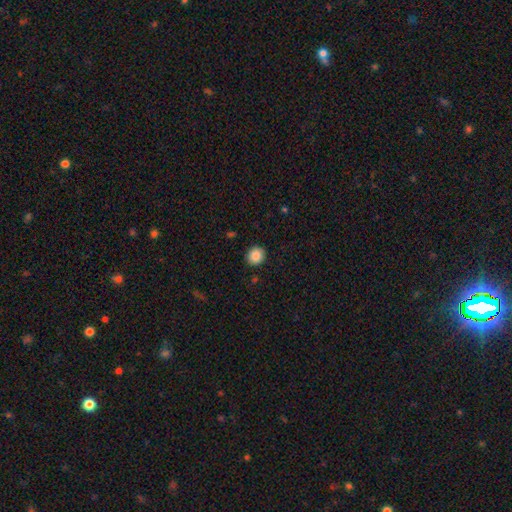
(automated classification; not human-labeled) A smooth galaxy with no disk features (86%) that is round (84%).

Vote fractions:
- Smooth or featured? smooth: 86% / star or artifact: 9% / featured or disk: 5%
- How rounded? round: 84% / in between: 15% / cigar-shaped: 1%
- Merging? none: 91% / minor disturbance: 6% / major disturbance: 2% / merger: 1%